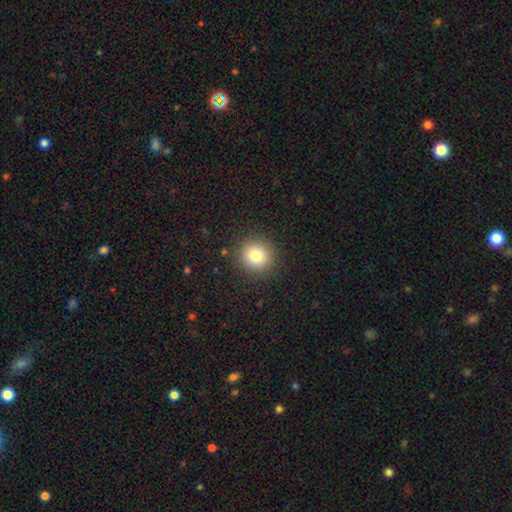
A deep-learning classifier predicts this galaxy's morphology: Overall: smooth (79%). How rounded: round (92%). Merging: none (90%).